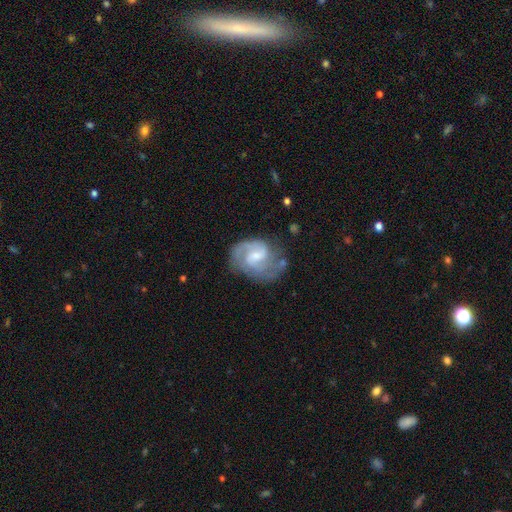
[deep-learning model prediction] Q: Smooth or featured?
A: featured or disk (82%); runner-up: smooth (13%)
Q: Edge-on disk?
A: no (98%); runner-up: yes (2%)
Q: Bar?
A: weak (58%); runner-up: no (31%)
Q: Spiral arms?
A: yes (95%); runner-up: no (5%)
Q: Spiral winding?
A: medium (52%); runner-up: tight (29%)
Q: Spiral arm count?
A: 2 (67%); runner-up: 3 (12%)
Q: Bulge size?
A: small (45%); runner-up: moderate (41%)
Q: Merging?
A: none (57%); runner-up: minor disturbance (24%)